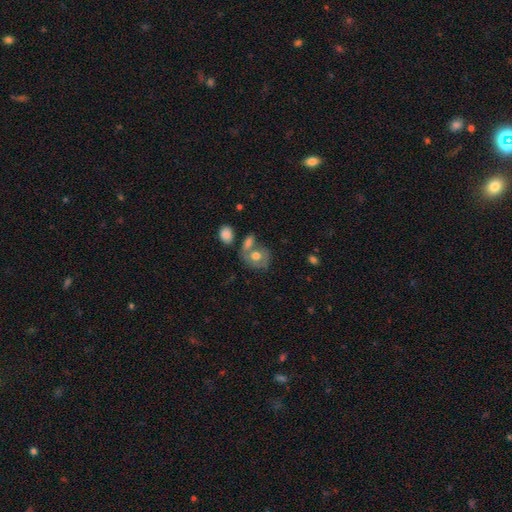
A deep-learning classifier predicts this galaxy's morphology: smooth_or_featured: smooth (p=0.56) [alt: featured or disk p=0.35]
how_rounded: round (p=0.64) [alt: in between p=0.34]
merging: none (p=0.49) [alt: merger p=0.28]